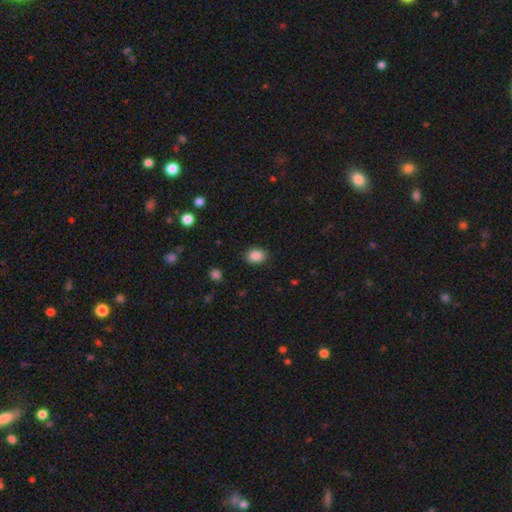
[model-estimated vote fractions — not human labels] Smooth or featured: smooth — 87% (star or artifact — 9%)
How rounded: in between — 64% (round — 35%)
Merging: none — 88% (minor disturbance — 9%)